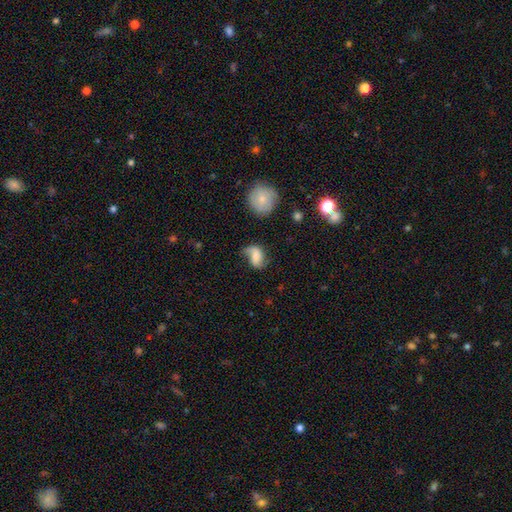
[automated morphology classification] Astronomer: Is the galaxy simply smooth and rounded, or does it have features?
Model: featured or disk — 48% (runner-up: smooth, 43%).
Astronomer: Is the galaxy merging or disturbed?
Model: none — 43% (runner-up: minor disturbance, 28%).